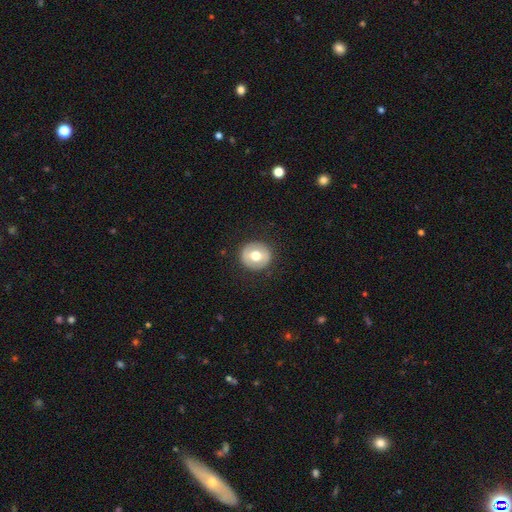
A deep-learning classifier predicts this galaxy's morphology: smooth_or_featured: smooth (p=0.60) [alt: featured or disk p=0.33]
how_rounded: round (p=0.92) [alt: in between p=0.07]
merging: none (p=0.88) [alt: minor disturbance p=0.08]